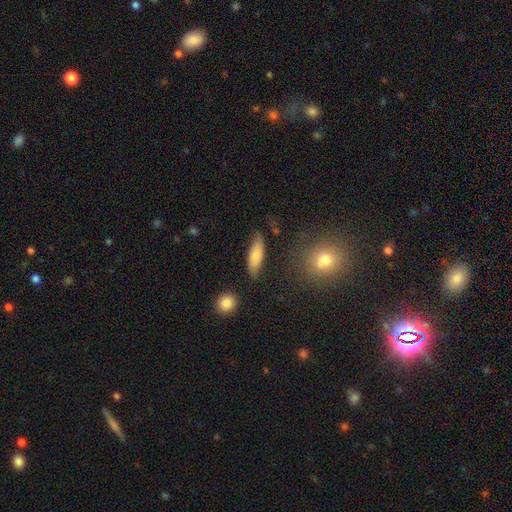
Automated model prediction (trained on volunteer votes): smooth-or-featured: smooth: 73% | featured or disk: 20% | star or artifact: 7%
  how-rounded: in between: 59% | cigar-shaped: 38% | round: 3%
  merging: none: 74% | minor disturbance: 18% | major disturbance: 5% | merger: 3%